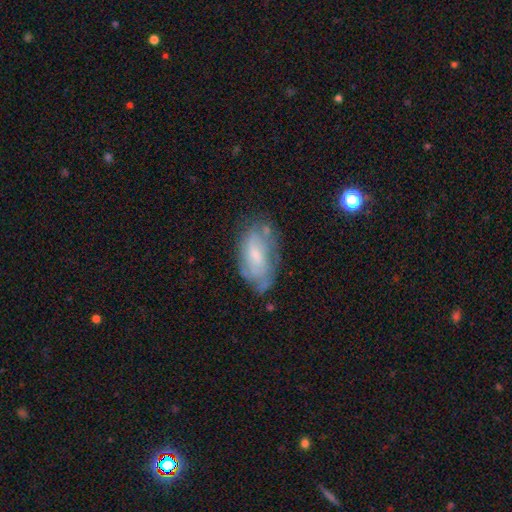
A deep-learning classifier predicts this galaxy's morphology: This appears to be a featured or disk galaxy (56%) with no bar (56%), spiral arms (68%) and a small central bulge (53%). Merging: none (59%).